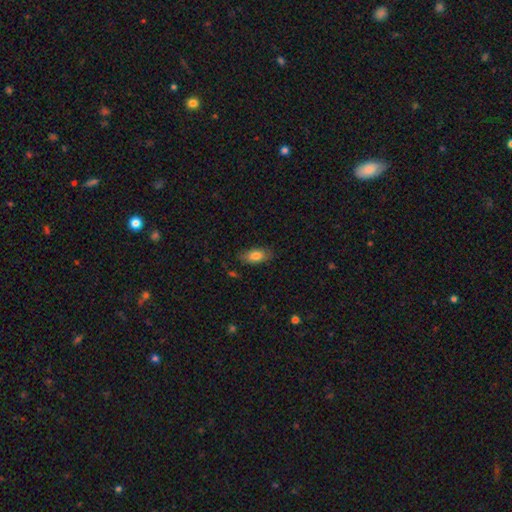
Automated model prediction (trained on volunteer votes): smooth_or_featured: smooth (p=0.80) [alt: featured or disk p=0.12]
how_rounded: in between (p=0.88) [alt: cigar-shaped p=0.08]
merging: none (p=0.80) [alt: minor disturbance p=0.15]